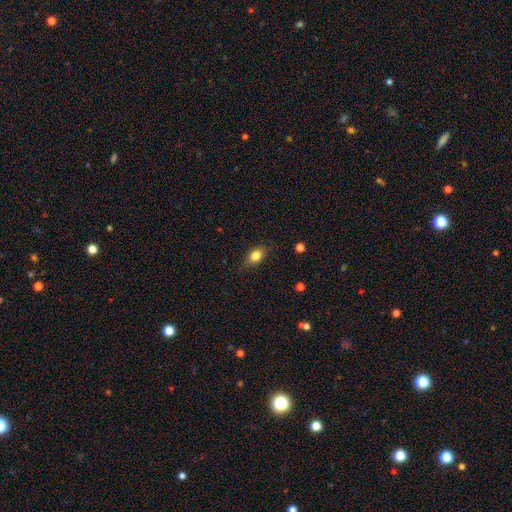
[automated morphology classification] This is clearly a smooth galaxy (81%). How rounded: likely in between (77%). Merging: likely none (78%).